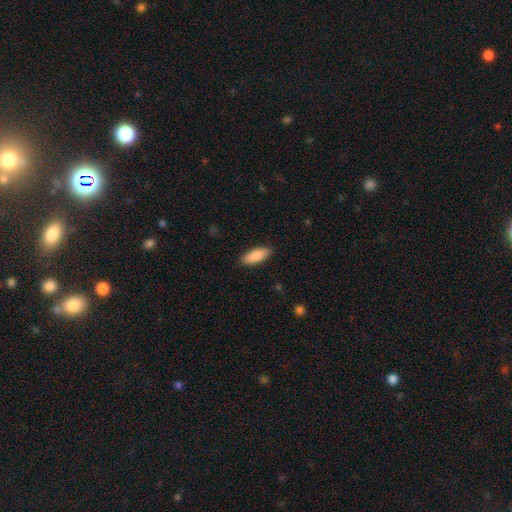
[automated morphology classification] smooth-or-featured: smooth: 88% | featured or disk: 6% | star or artifact: 6%
  how-rounded: in between: 74% | cigar-shaped: 24% | round: 2%
  merging: none: 89% | minor disturbance: 8% | major disturbance: 2% | merger: 1%